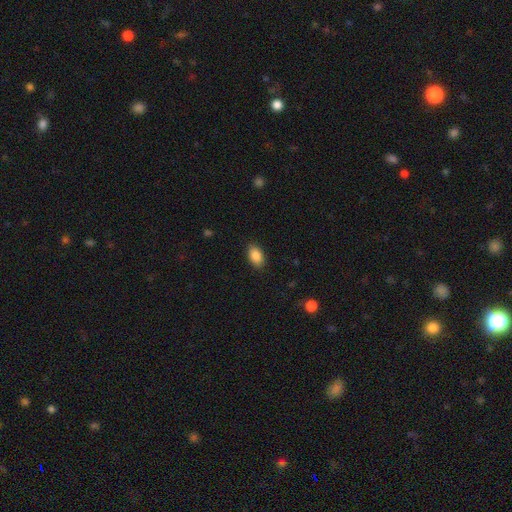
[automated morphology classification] A smooth galaxy with no disk features (88%) that is in between round and cigar-shaped (91%).

Vote fractions:
- Smooth or featured? smooth: 88% / star or artifact: 8% / featured or disk: 5%
- How rounded? in between: 91% / round: 8% / cigar-shaped: 2%
- Merging? none: 87% / minor disturbance: 10% / major disturbance: 3% / merger: 1%